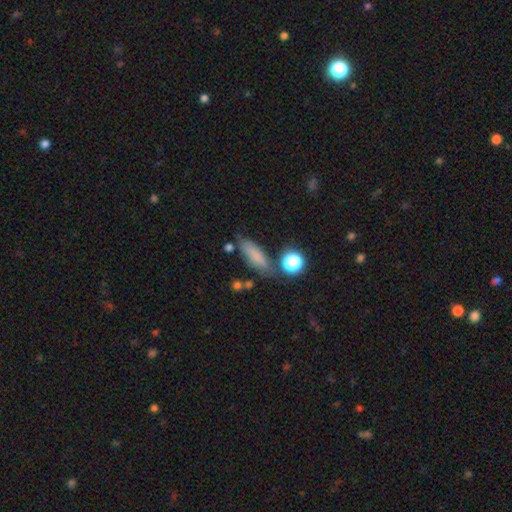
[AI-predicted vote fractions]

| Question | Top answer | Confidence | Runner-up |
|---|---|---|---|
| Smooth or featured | smooth | 78% | star or artifact (12%) |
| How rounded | in between | 55% | cigar-shaped (39%) |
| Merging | none | 68% | minor disturbance (18%) |